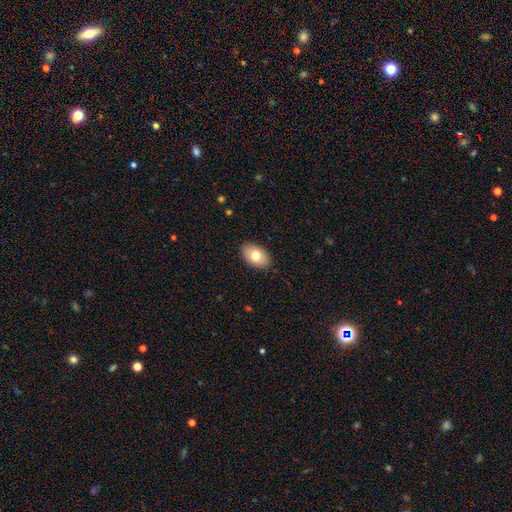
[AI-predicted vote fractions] A smooth galaxy with no disk features (75%) that is in between round and cigar-shaped (89%). Merging: none (88%).